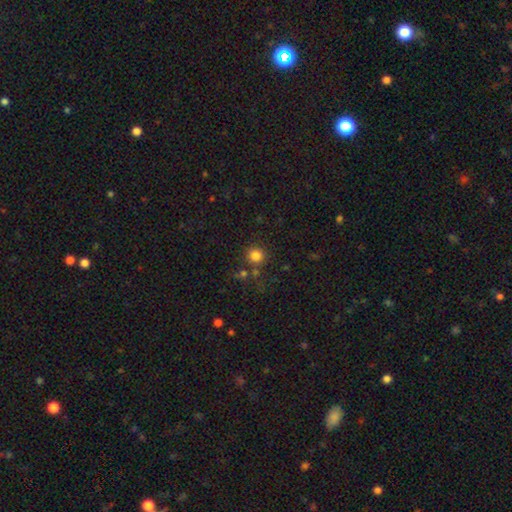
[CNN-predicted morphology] Smooth or featured?
  - smooth: 82% *
  - star or artifact: 13%
  - featured or disk: 5%
How rounded?
  - round: 93% *
  - in between: 6%
  - cigar-shaped: 1%
Merging?
  - none: 81% *
  - merger: 8%
  - minor disturbance: 8%
  - major disturbance: 3%